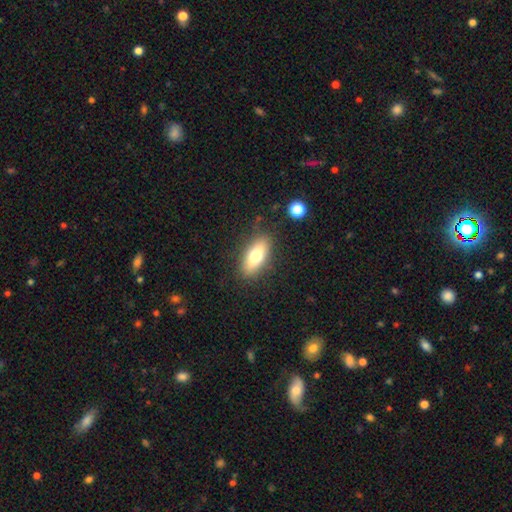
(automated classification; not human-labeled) This appears to be a smooth galaxy with no disk features (72%) that is in between round and cigar-shaped (78%). Merging: none (84%).